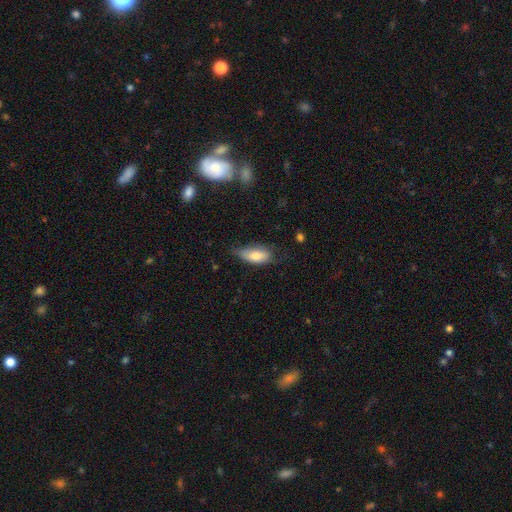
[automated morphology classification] A smooth galaxy with no disk features (77%) that is in between round and cigar-shaped (83%). Merging: none (53%).